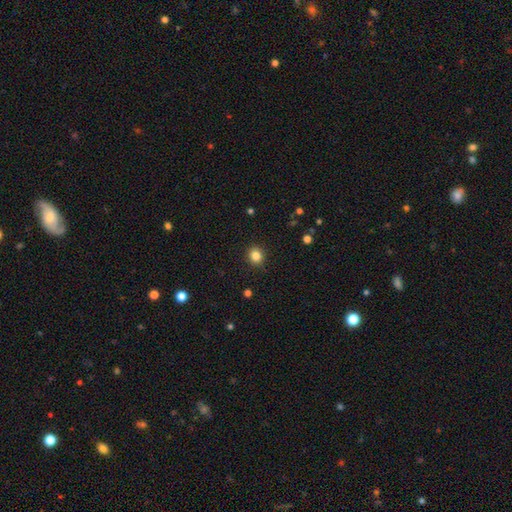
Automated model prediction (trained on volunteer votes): Overall: smooth (84%). How rounded: round (80%). Merging: none (91%).